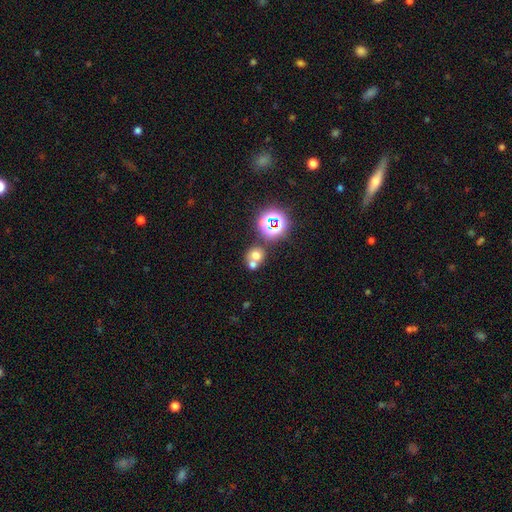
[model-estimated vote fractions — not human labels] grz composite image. It shows a smooth galaxy with no disk features (62%) that is round (80%). Merging: merger (47%).